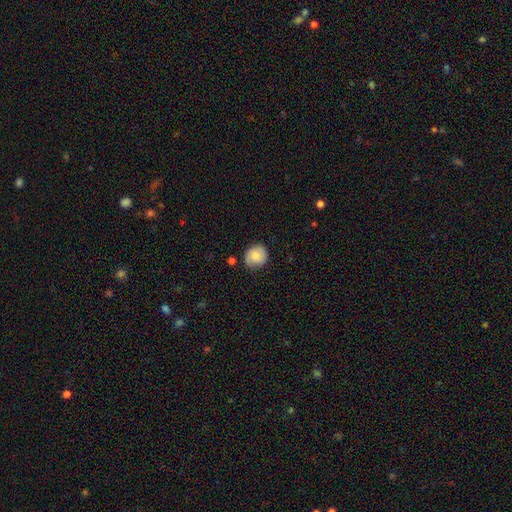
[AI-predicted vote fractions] A smooth galaxy with no disk features (79%) that is round (78%). Merging: none (79%).